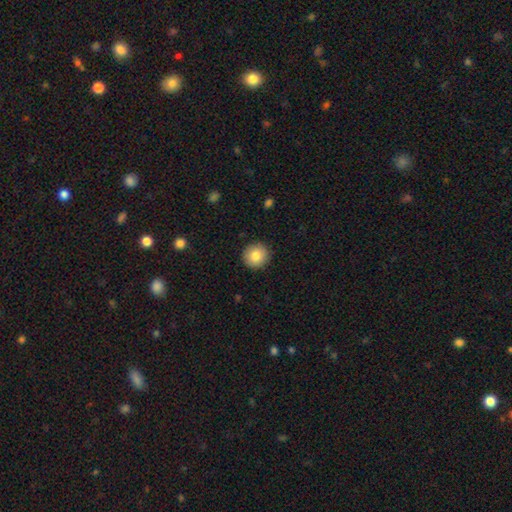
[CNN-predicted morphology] smooth_or_featured: smooth (p=0.84) [alt: star or artifact p=0.08]
how_rounded: round (p=0.94) [alt: in between p=0.05]
merging: none (p=0.92) [alt: minor disturbance p=0.05]